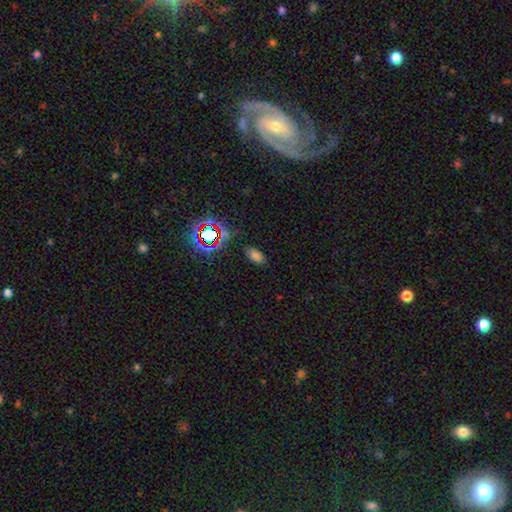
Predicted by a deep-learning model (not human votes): The model was most divided on "smooth or featured": smooth: 69%, star or artifact: 23%, featured or disk: 8%. More confident: how rounded — in between (91%); merging — none (85%).